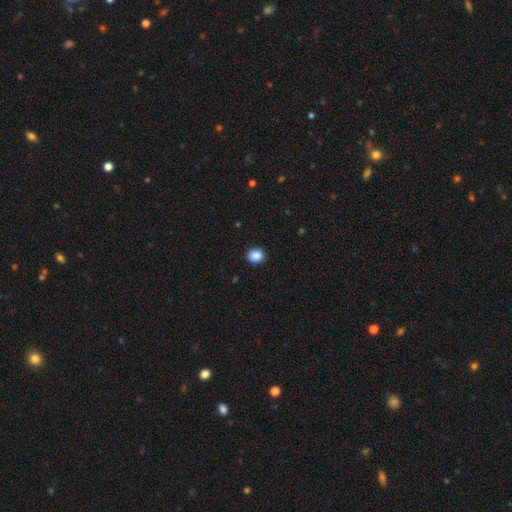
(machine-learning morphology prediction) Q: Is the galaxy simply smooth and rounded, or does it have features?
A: smooth — 86%.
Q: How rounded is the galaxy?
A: round — 84%.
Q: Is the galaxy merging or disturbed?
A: none — 92%.